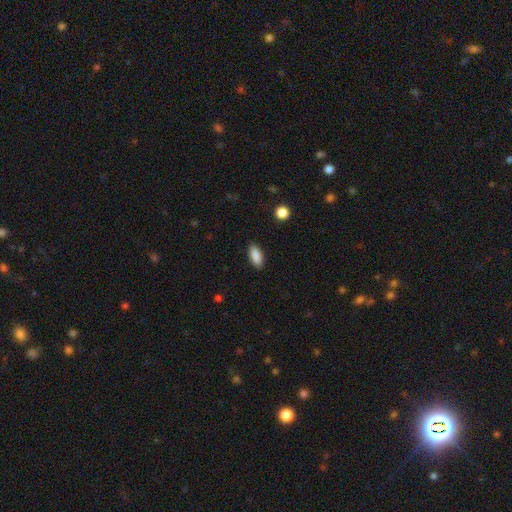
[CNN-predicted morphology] Smooth or featured? Predicted: smooth (p=0.89). How rounded? Predicted: in between (p=0.87). Merging? Predicted: none (p=0.88).